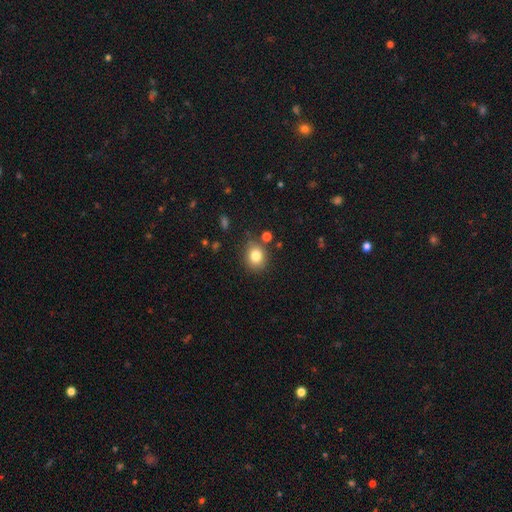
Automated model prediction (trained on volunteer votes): Overall: smooth (80%). How rounded: round (74%). Merging: none (80%).